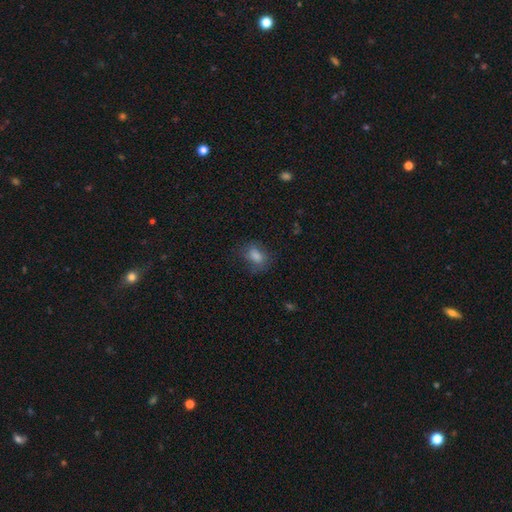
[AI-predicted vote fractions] smooth 74%, star or artifact 14%, featured or disk 12%. Down the decision tree: how rounded — in between (72%); merging — none (66%).